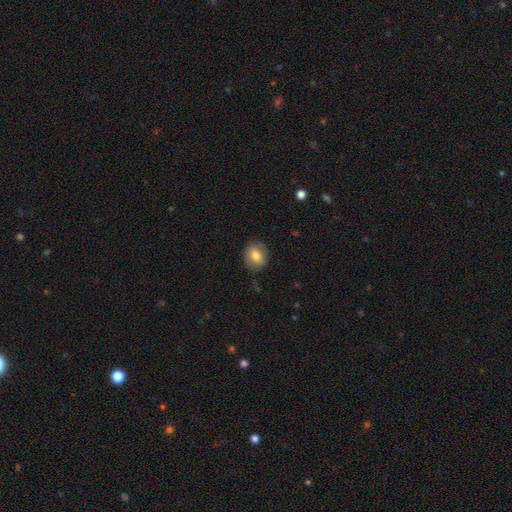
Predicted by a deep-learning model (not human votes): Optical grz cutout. It shows a smooth galaxy with no disk features (75%) that is round (64%). Merging: none (81%).